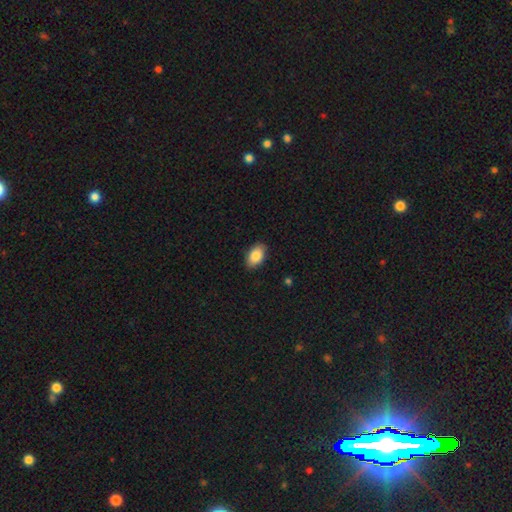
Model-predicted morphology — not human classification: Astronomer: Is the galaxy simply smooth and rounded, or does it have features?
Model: smooth — 85%.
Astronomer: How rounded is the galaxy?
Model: in between — 92%.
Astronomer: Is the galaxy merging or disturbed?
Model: none — 89%.